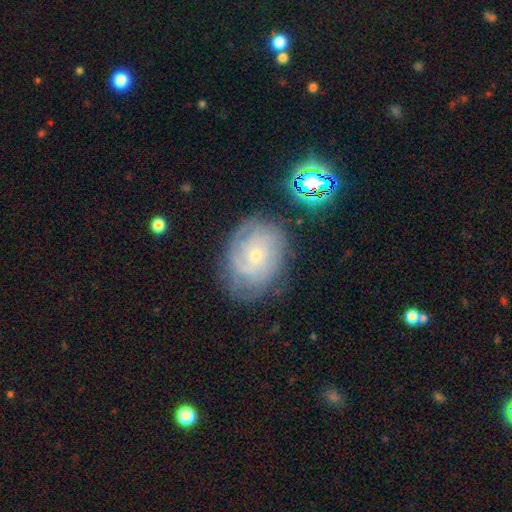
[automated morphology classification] A featured or disk galaxy (73%) with no bar (79%), tight (69%) spiral arms (90%) and a small central bulge (81%). Merging: none (72%).